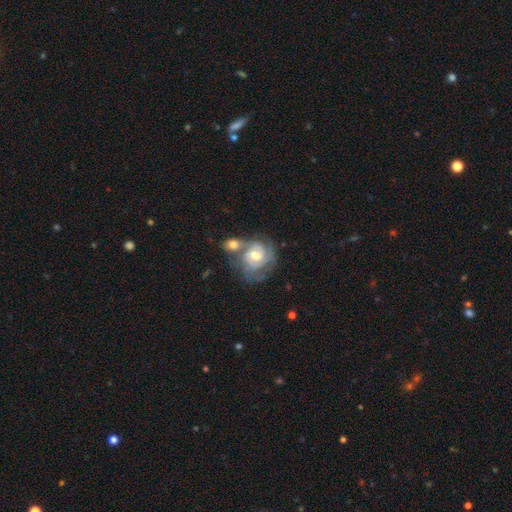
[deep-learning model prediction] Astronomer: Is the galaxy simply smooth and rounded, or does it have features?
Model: featured or disk — 78%.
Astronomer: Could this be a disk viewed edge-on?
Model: no — 97%.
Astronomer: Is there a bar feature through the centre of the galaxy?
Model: no — 46% (runner-up: weak, 44%).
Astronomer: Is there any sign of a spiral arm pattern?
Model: yes — 93%.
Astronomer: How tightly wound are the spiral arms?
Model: tight — 61%.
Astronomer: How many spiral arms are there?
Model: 2 — 44% (runner-up: can't tell, 25%).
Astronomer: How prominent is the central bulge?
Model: moderate — 69%.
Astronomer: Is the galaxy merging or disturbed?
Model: merger — 41% (runner-up: none, 36%).